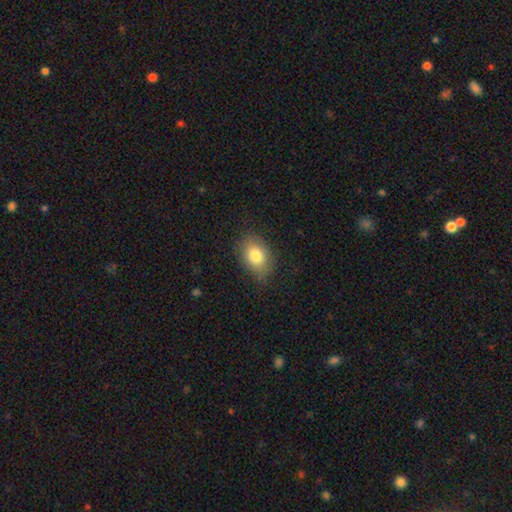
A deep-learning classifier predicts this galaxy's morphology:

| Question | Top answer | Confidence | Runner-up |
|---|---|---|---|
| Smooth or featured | smooth | 80% | featured or disk (11%) |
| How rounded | in between | 76% | round (23%) |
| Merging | none | 78% | minor disturbance (17%) |